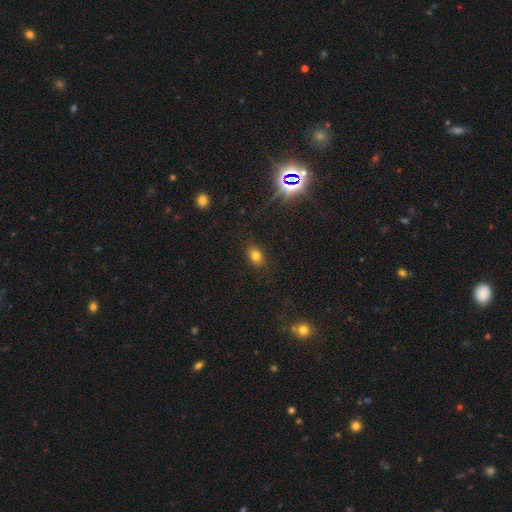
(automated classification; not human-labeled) Smooth or featured? Predicted: smooth (p=0.75). How rounded? Predicted: in between (p=0.73). Merging? Predicted: none (p=0.84).